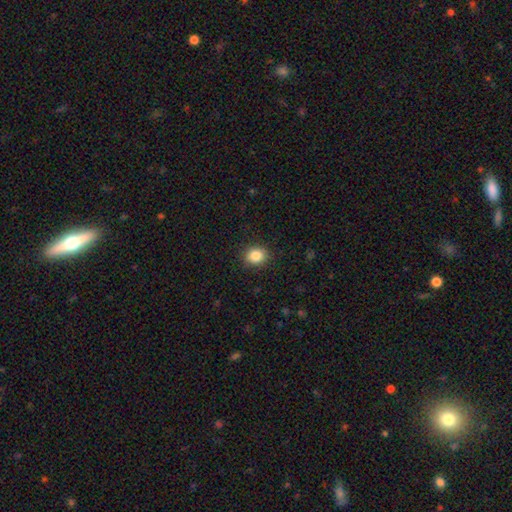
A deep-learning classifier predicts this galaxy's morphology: This is clearly a smooth galaxy (85%). How rounded: likely round (69%). Merging: clearly none (88%).